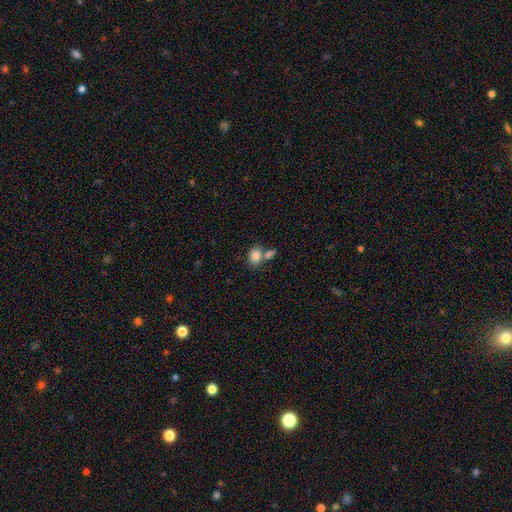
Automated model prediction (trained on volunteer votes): This appears to be a smooth galaxy with no disk features (84%) that is in between round and cigar-shaped (68%). Merging: none (45%).